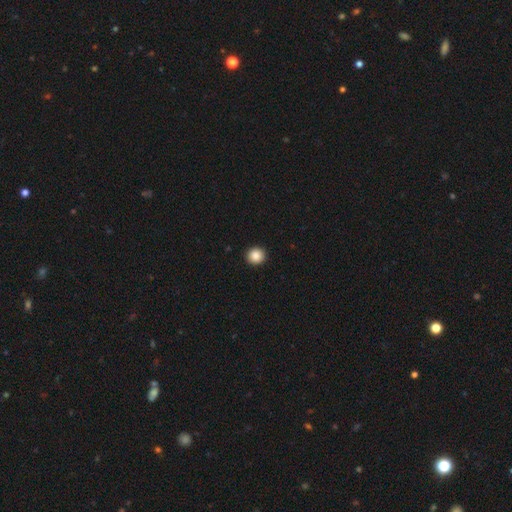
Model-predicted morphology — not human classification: Smooth or featured?
  - smooth: 87% *
  - star or artifact: 9%
  - featured or disk: 4%
How rounded?
  - round: 91% *
  - in between: 8%
  - cigar-shaped: 1%
Merging?
  - none: 93% *
  - minor disturbance: 4%
  - major disturbance: 1%
  - merger: 1%